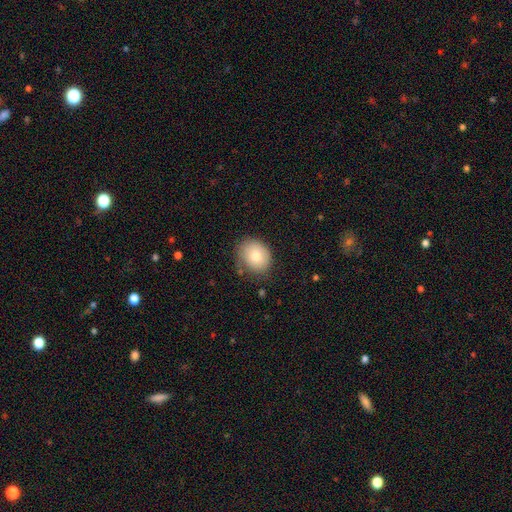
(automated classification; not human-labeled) Smooth or featured: smooth — 79% (featured or disk — 13%)
How rounded: round — 53% (in between — 46%)
Merging: none — 75% (minor disturbance — 19%)